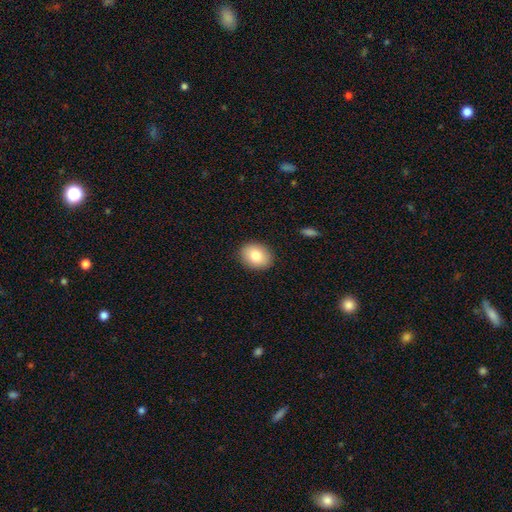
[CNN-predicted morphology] A smooth galaxy with no disk features (82%) that is in between round and cigar-shaped (53%). Merging: none (89%).